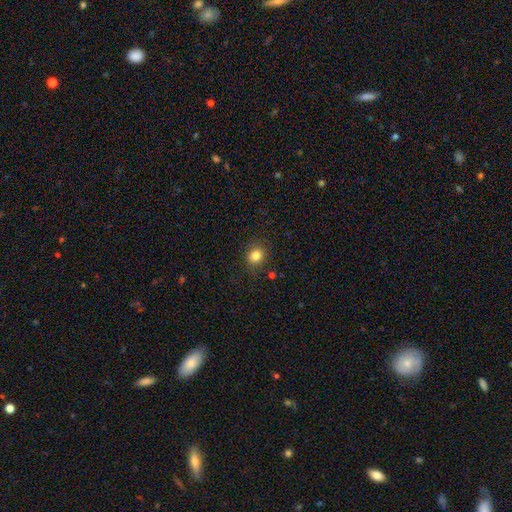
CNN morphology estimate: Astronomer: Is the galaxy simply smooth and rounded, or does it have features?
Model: smooth — 82%.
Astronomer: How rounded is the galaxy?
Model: round — 78%.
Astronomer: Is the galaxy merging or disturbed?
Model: none — 84%.